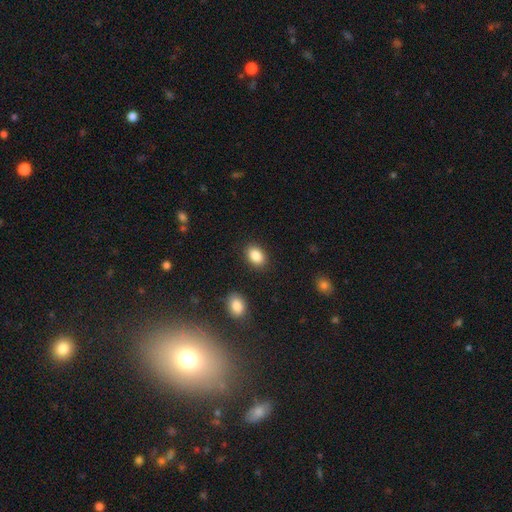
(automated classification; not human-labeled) A smooth galaxy with no disk features (87%) that is in between round and cigar-shaped (80%). Merging: none (87%).